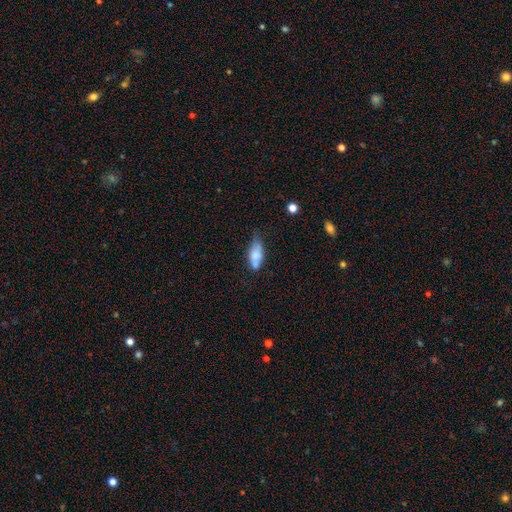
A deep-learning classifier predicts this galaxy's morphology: Smooth or featured? Predicted: smooth (p=0.70). How rounded? Predicted: in between (p=0.82). Merging? Predicted: none (p=0.39).